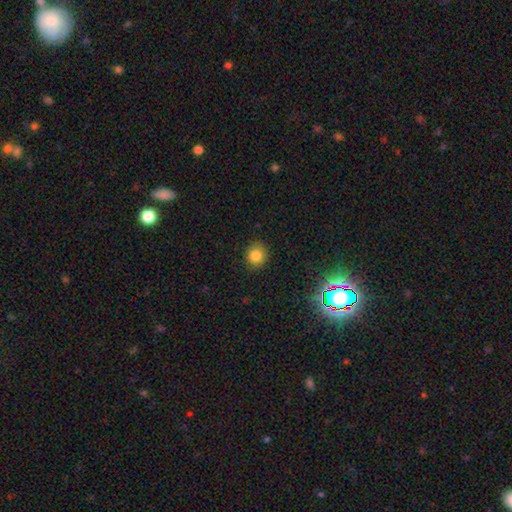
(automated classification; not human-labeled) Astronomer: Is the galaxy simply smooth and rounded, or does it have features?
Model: smooth — 82%.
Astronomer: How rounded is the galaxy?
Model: round — 82%.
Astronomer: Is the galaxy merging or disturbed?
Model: none — 88%.